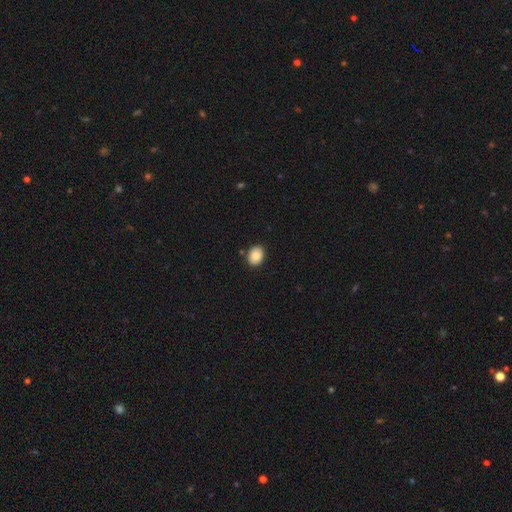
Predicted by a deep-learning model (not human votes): smooth-or-featured: smooth: 83% | featured or disk: 9% | star or artifact: 8%
  how-rounded: in between: 58% | round: 41% | cigar-shaped: 1%
  merging: none: 88% | minor disturbance: 8% | merger: 2% | major disturbance: 2%